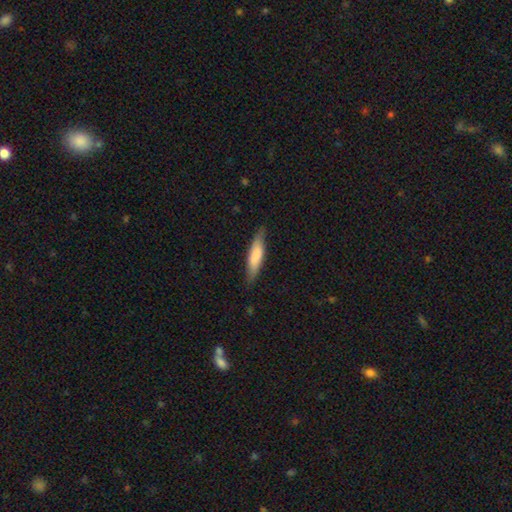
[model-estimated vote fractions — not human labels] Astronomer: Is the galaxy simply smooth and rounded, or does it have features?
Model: smooth — 73%.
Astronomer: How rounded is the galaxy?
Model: cigar-shaped — 71%.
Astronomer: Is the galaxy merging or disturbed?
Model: none — 80%.